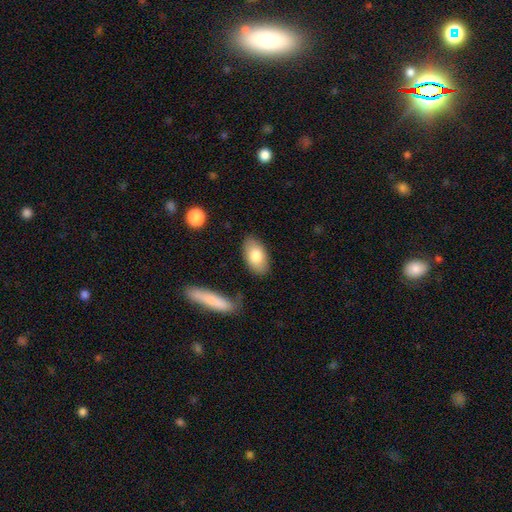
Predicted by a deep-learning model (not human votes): A smooth galaxy with no disk features (78%) that is in between round and cigar-shaped (93%). Merging: none (83%).